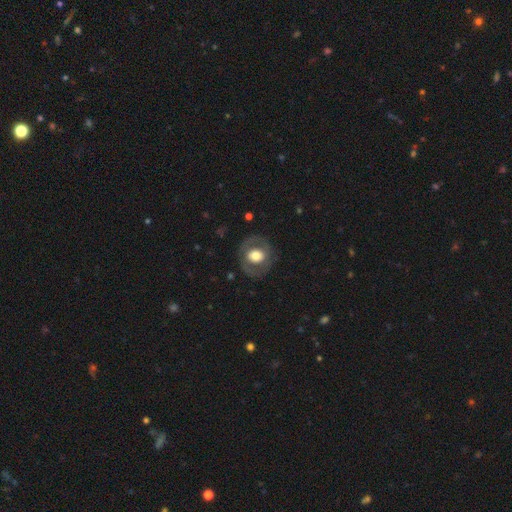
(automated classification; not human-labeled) This appears to be a smooth galaxy with no disk features (47%). Merging: none (80%).